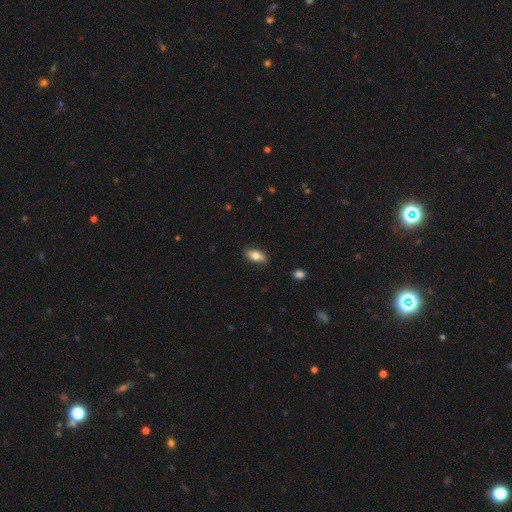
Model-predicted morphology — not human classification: Smooth or featured?
  - smooth: 80% *
  - featured or disk: 13%
  - star or artifact: 7%
How rounded?
  - in between: 88% *
  - cigar-shaped: 9%
  - round: 3%
Merging?
  - none: 86% *
  - minor disturbance: 11%
  - major disturbance: 2%
  - merger: 1%